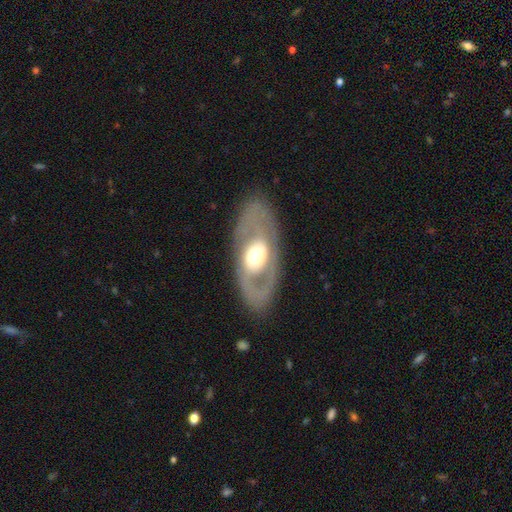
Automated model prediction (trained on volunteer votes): Smooth or featured?
  - featured or disk: 69% *
  - smooth: 25%
  - star or artifact: 6%
Edge-on disk?
  - no: 89% *
  - yes: 11%
Bar?
  - no: 70% *
  - weak: 21%
  - strong: 10%
Spiral arms?
  - no: 61% *
  - yes: 39%
Bulge size?
  - moderate: 58% *
  - large: 30%
  - small: 8%
  - dominant: 3%
  - none: 1%
Merging?
  - none: 79% *
  - minor disturbance: 12%
  - major disturbance: 8%
  - merger: 1%